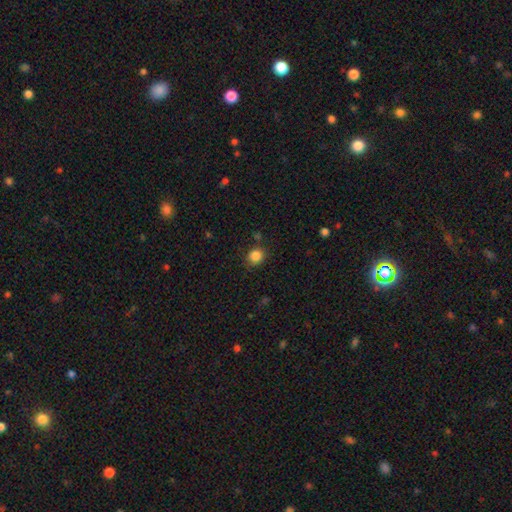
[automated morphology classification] Smooth or featured?
  - smooth: 85% *
  - star or artifact: 11%
  - featured or disk: 4%
How rounded?
  - round: 83% *
  - in between: 16%
  - cigar-shaped: 1%
Merging?
  - none: 81% *
  - minor disturbance: 12%
  - major disturbance: 3%
  - merger: 3%